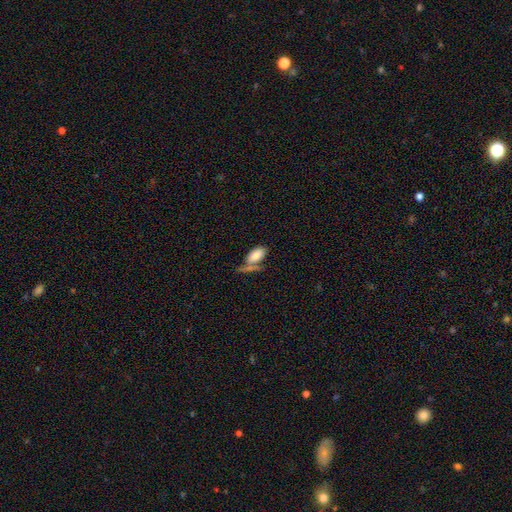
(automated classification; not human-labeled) A smooth galaxy with no disk features (80%) that is in between round and cigar-shaped (91%).

Vote fractions:
- Smooth or featured? smooth: 80% / featured or disk: 13% / star or artifact: 8%
- How rounded? in between: 91% / cigar-shaped: 6% / round: 3%
- Merging? none: 43% / merger: 33% / minor disturbance: 15% / major disturbance: 9%